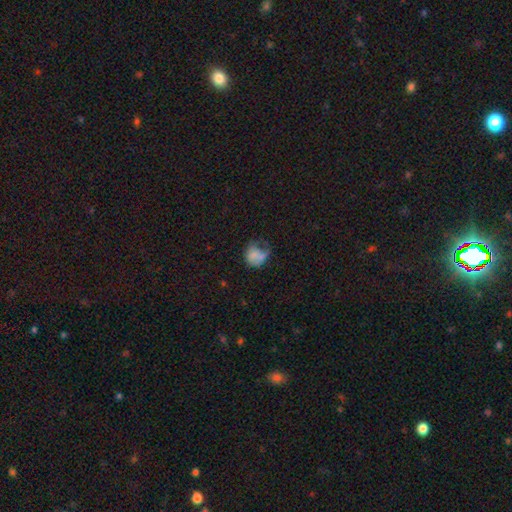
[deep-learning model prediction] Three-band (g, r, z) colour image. It shows a smooth galaxy with no disk features (62%) that is round (55%). Merging: major disturbance (39%).